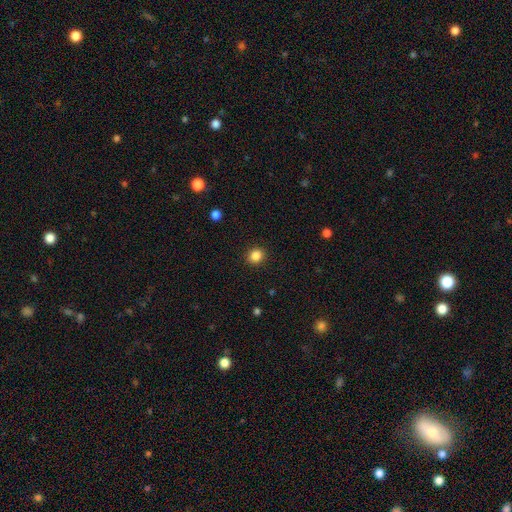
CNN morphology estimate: Smooth or featured? smooth (86%)
How rounded? round (80%)
Merging? none (91%)